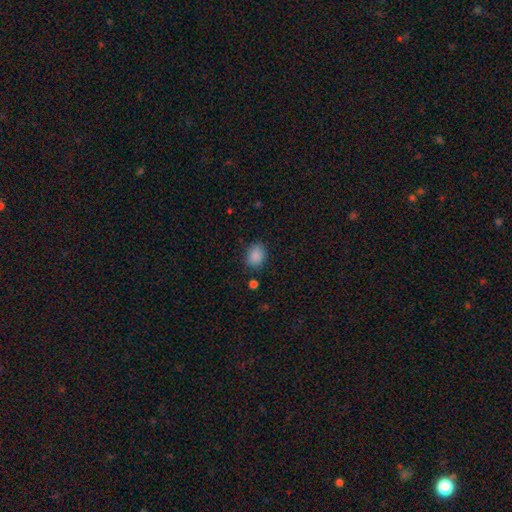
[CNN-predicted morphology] Q: Smooth or featured?
A: smooth (87%); runner-up: star or artifact (9%)
Q: How rounded?
A: in between (55%); runner-up: round (44%)
Q: Merging?
A: none (82%); runner-up: minor disturbance (12%)